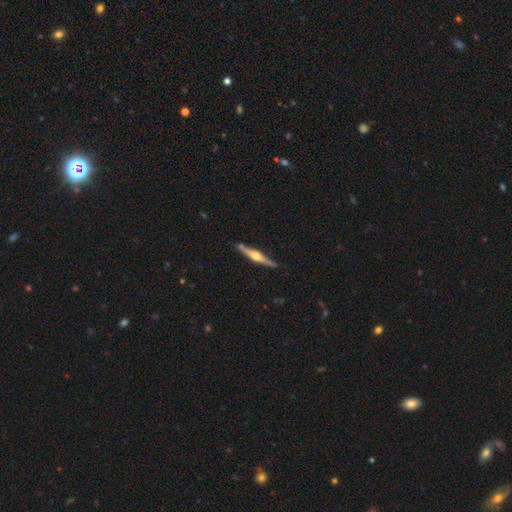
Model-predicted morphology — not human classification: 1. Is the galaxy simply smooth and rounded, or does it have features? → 79% featured or disk, 16% smooth, 5% star or artifact.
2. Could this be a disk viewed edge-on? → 98% yes, 2% no.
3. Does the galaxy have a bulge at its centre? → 92% rounded, 5% boxy, 2% none.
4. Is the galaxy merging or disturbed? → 87% none, 9% minor disturbance, 2% merger, 2% major disturbance.